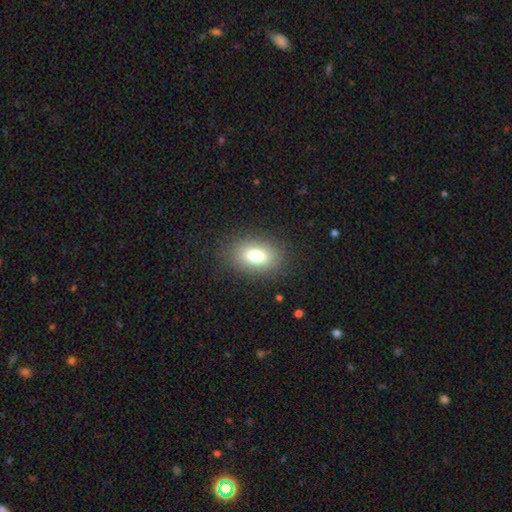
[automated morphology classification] This is likely a smooth galaxy (77%). How rounded: clearly in between (84%). Merging: clearly none (85%).